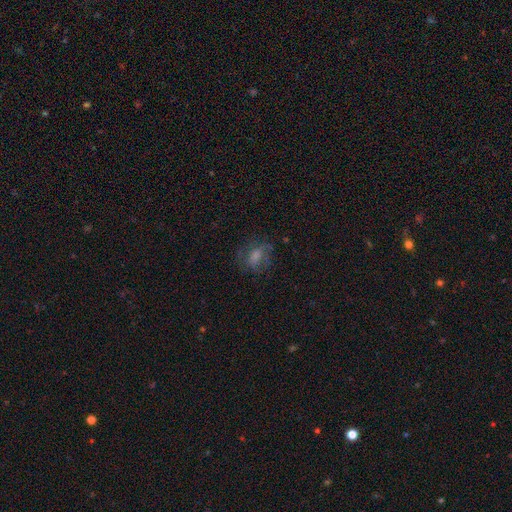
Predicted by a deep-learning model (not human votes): This appears to be a smooth galaxy with no disk features (41%). Merging: none (69%).